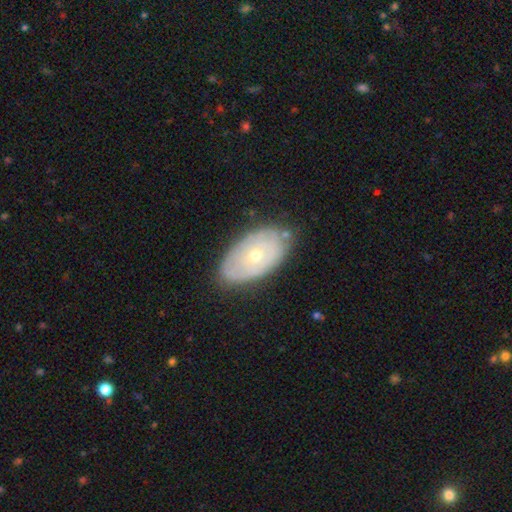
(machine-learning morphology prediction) Q: Smooth or featured?
A: featured or disk (56%); runner-up: smooth (38%)
Q: Edge-on disk?
A: no (90%); runner-up: yes (10%)
Q: Bar?
A: no (90%); runner-up: weak (8%)
Q: Spiral arms?
A: no (66%); runner-up: yes (34%)
Q: Bulge size?
A: small (51%); runner-up: moderate (46%)
Q: Merging?
A: none (74%); runner-up: minor disturbance (19%)